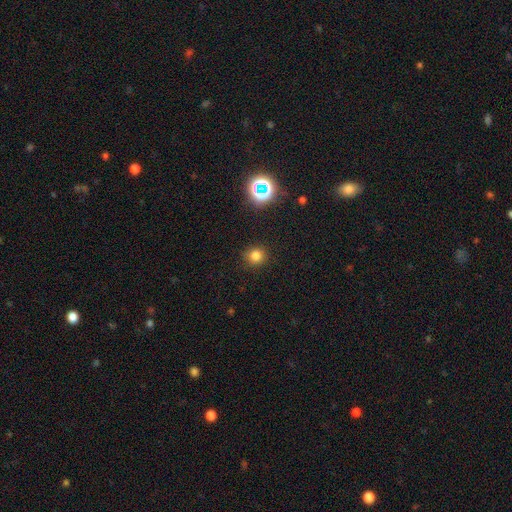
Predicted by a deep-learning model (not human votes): smooth_or_featured: smooth (p=0.78) [alt: star or artifact p=0.17]
how_rounded: round (p=0.89) [alt: in between p=0.10]
merging: none (p=0.89) [alt: minor disturbance p=0.07]